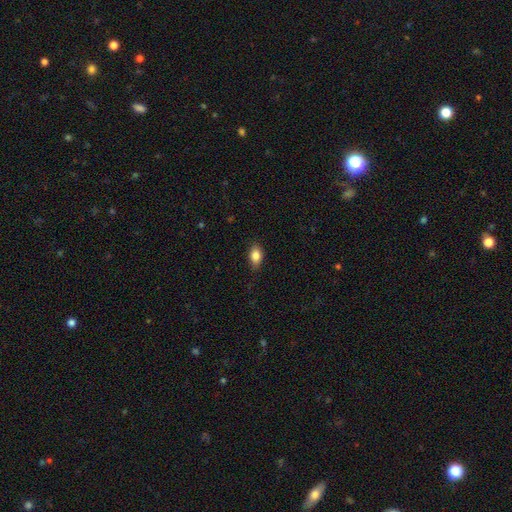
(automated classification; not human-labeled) Morphology: type=smooth (83%); roundness=in between (84%); merging=none (81%).